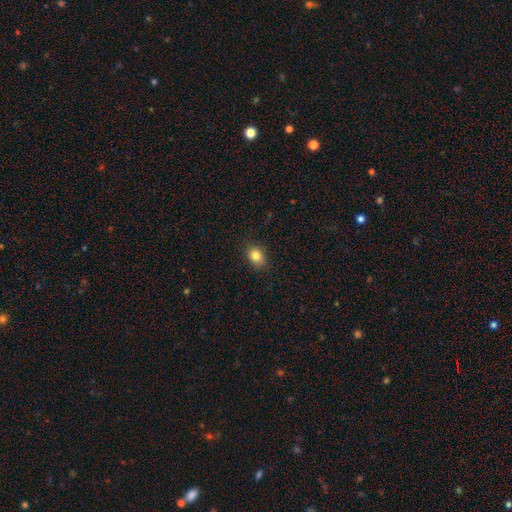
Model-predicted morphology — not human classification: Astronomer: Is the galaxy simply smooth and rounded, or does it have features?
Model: smooth — 84%.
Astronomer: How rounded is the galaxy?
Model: in between — 58% (runner-up: round, 41%).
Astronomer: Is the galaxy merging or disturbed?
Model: none — 86%.